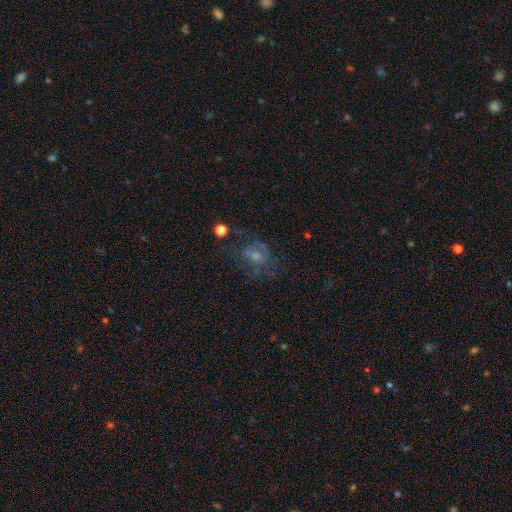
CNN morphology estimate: Smooth or featured: featured or disk — 46% (smooth — 28%)
Merging: none — 57% (major disturbance — 22%)